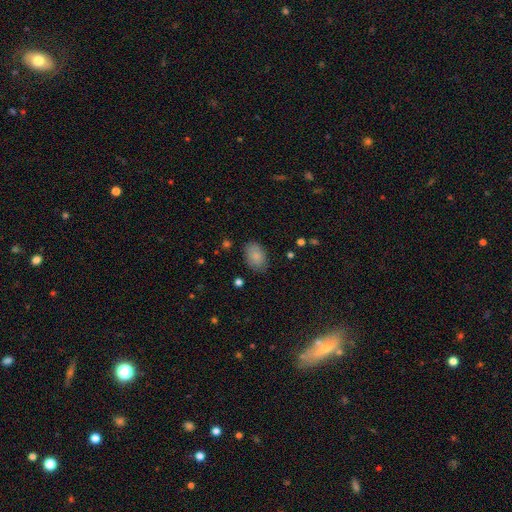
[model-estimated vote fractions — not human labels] Q: Smooth or featured?
A: smooth (85%); runner-up: featured or disk (8%)
Q: How rounded?
A: in between (87%); runner-up: round (12%)
Q: Merging?
A: none (82%); runner-up: minor disturbance (14%)